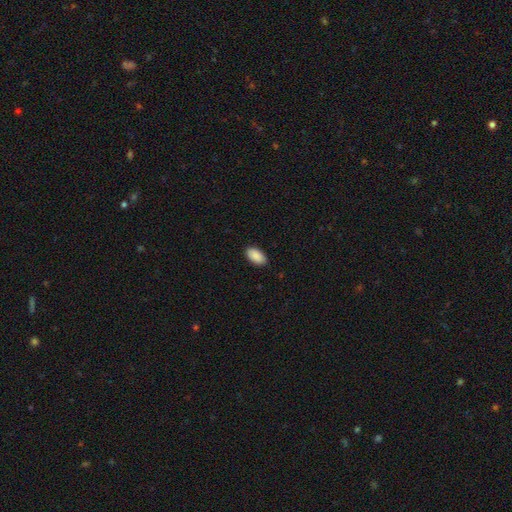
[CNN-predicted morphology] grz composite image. It shows a smooth galaxy with no disk features (90%) that is in between round and cigar-shaped (95%). Merging: none (87%).